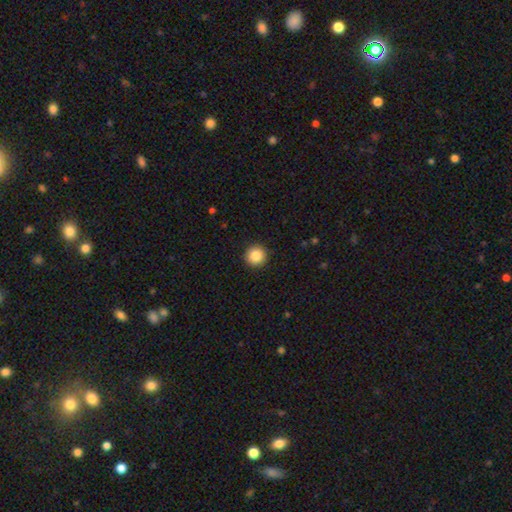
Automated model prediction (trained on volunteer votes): smooth-or-featured: smooth: 85% | star or artifact: 10% | featured or disk: 5%
  how-rounded: round: 96% | in between: 3% | cigar-shaped: 1%
  merging: none: 93% | minor disturbance: 5% | major disturbance: 2% | merger: 1%